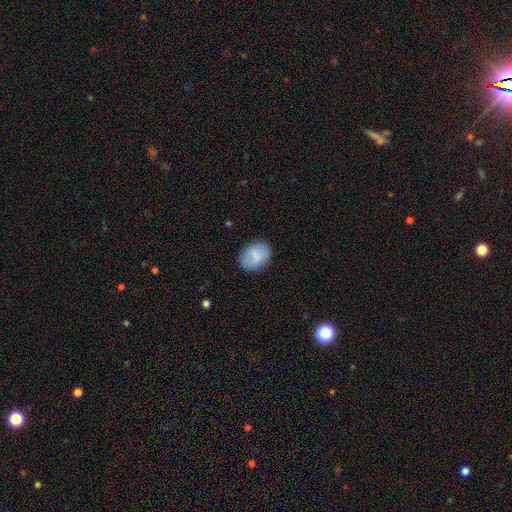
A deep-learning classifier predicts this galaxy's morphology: smooth 75%, featured or disk 18%, star or artifact 7%. Down the decision tree: how rounded — in between (67%); merging — none (78%).